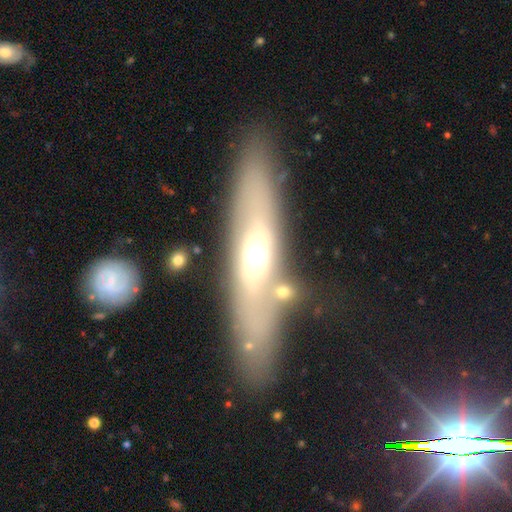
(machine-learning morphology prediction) Overall: featured or disk (55%; smooth 38%). Edge-on disk: yes (61%; no 39%). Merging: none (77%).